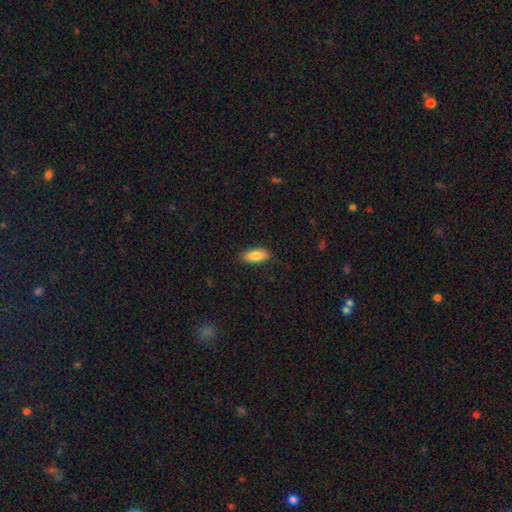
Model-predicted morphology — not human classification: Smooth or featured? Predicted: smooth (p=0.85). How rounded? Predicted: in between (p=0.86). Merging? Predicted: none (p=0.88).